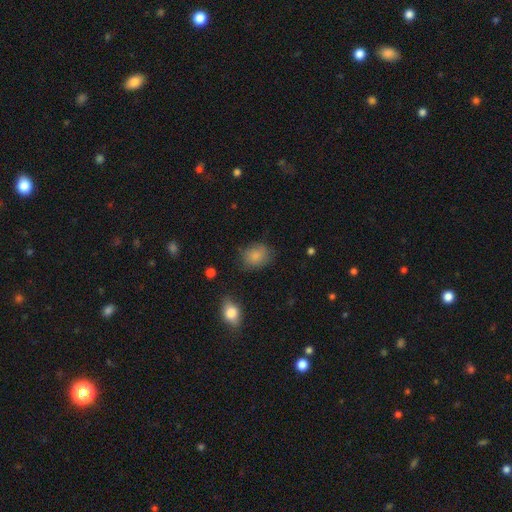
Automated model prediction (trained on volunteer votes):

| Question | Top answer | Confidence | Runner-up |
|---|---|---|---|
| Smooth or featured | smooth | 84% | star or artifact (9%) |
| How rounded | round | 50% | in between (49%) |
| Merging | none | 74% | minor disturbance (19%) |